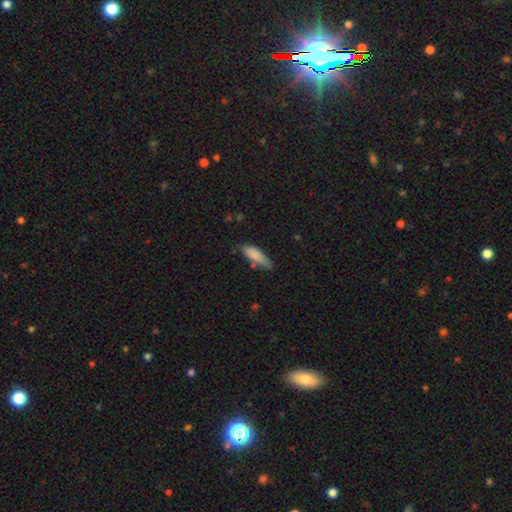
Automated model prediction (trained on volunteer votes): The model was most divided on "how rounded": in between: 56%, cigar-shaped: 42%, round: 2%. More confident: smooth or featured — smooth (83%); merging — none (56%).